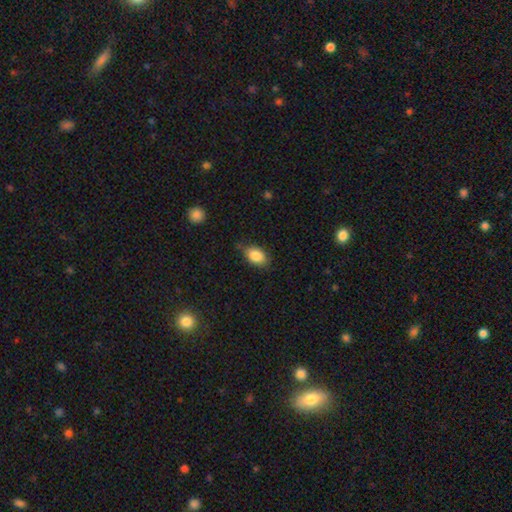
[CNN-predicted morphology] Smooth or featured? Predicted: smooth (p=0.86). How rounded? Predicted: in between (p=0.85). Merging? Predicted: none (p=0.71).